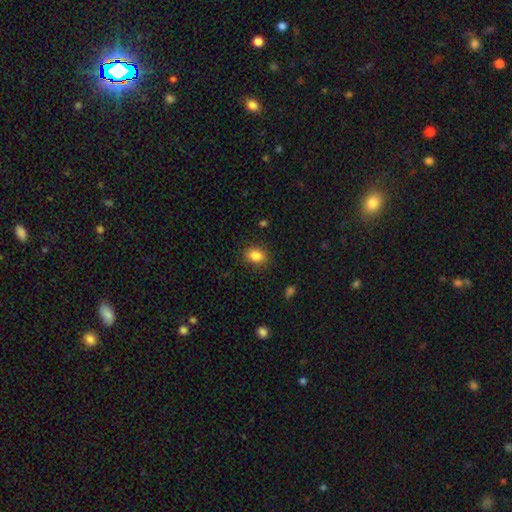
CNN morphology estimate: This is clearly a smooth galaxy (86%). How rounded: likely in between (75%). Merging: clearly none (86%).